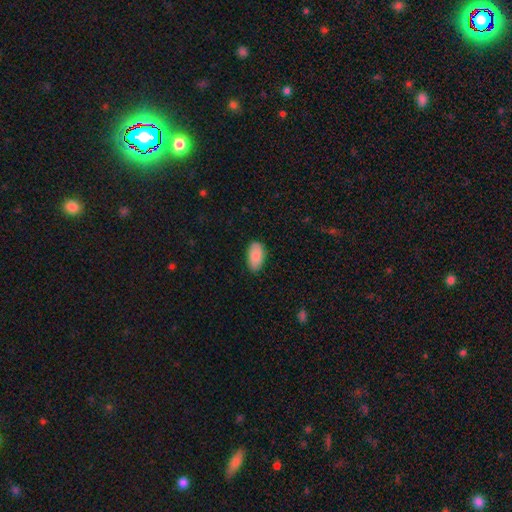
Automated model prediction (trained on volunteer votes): Q: Smooth or featured?
A: smooth (86%); runner-up: featured or disk (8%)
Q: How rounded?
A: in between (94%); runner-up: round (3%)
Q: Merging?
A: none (81%); runner-up: minor disturbance (16%)